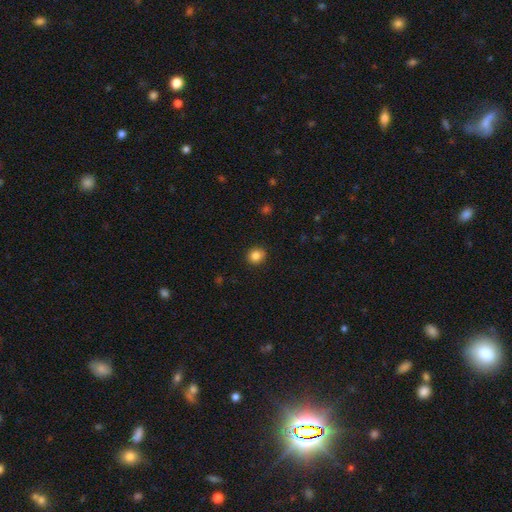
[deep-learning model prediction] Morphology: type=smooth (85%); roundness=round (82%); merging=none (89%).